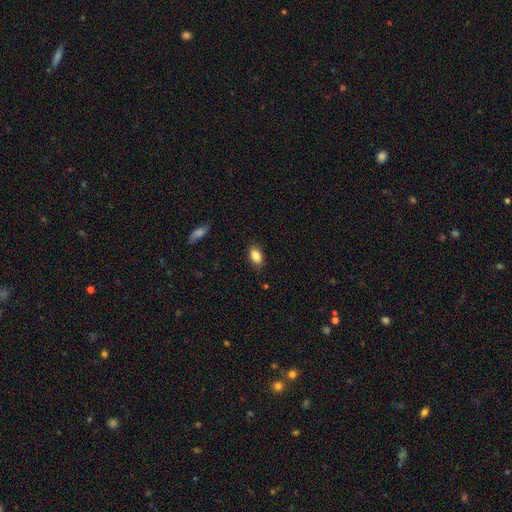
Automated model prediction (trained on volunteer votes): Smooth or featured?
  - smooth: 86% *
  - star or artifact: 8%
  - featured or disk: 6%
How rounded?
  - in between: 89% *
  - round: 8%
  - cigar-shaped: 3%
Merging?
  - none: 84% *
  - minor disturbance: 12%
  - major disturbance: 3%
  - merger: 1%